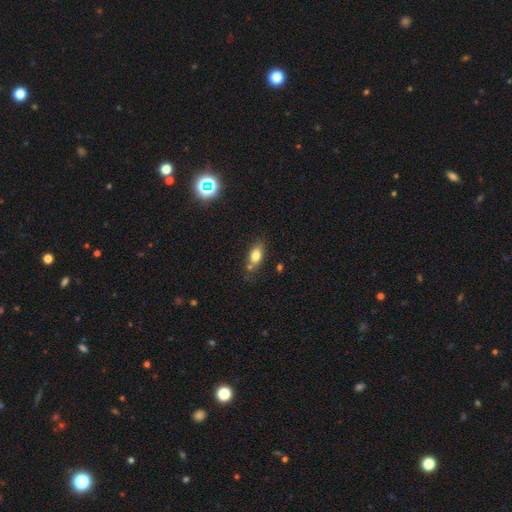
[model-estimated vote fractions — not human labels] Morphology: type=smooth (78%); roundness=in between (83%); merging=none (65%).